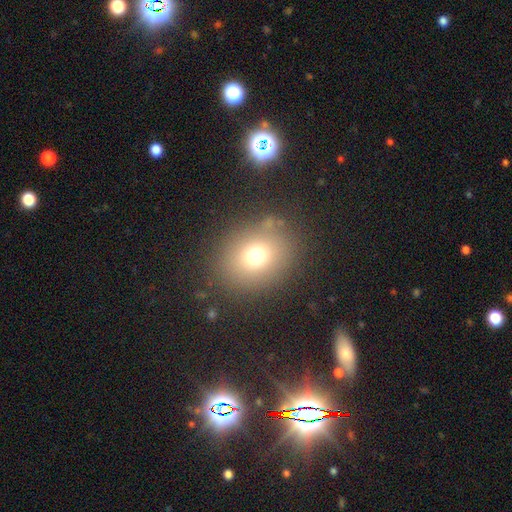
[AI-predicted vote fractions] Smooth or featured?
  - smooth: 72% *
  - star or artifact: 16%
  - featured or disk: 12%
How rounded?
  - round: 61% *
  - in between: 38%
  - cigar-shaped: 1%
Merging?
  - none: 81% *
  - minor disturbance: 11%
  - major disturbance: 5%
  - merger: 3%